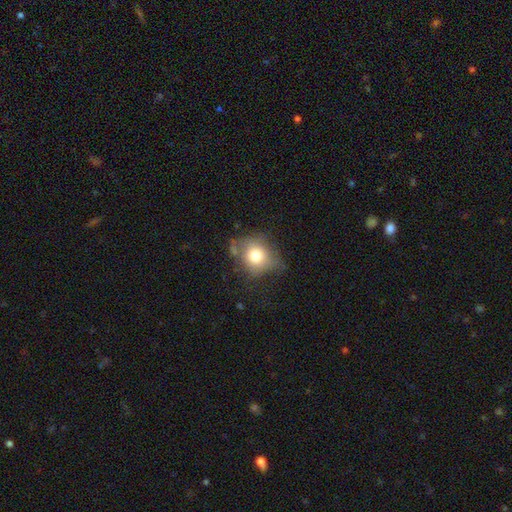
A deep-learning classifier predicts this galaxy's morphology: Q: Smooth or featured?
A: smooth (71%); runner-up: featured or disk (17%)
Q: How rounded?
A: round (75%); runner-up: in between (24%)
Q: Merging?
A: none (53%); runner-up: minor disturbance (30%)